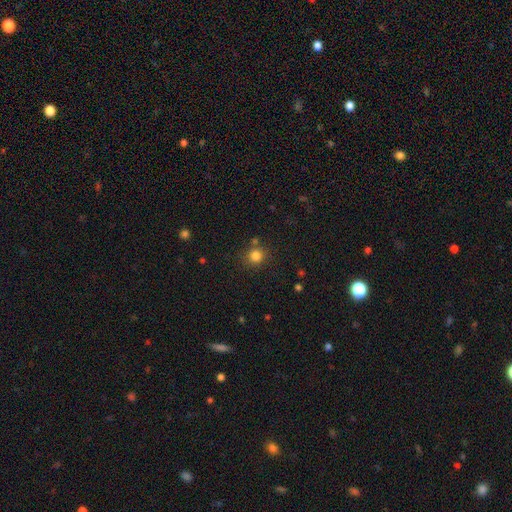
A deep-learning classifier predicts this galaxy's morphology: This appears to be a smooth galaxy with no disk features (81%) that is round (88%). Merging: none (77%).